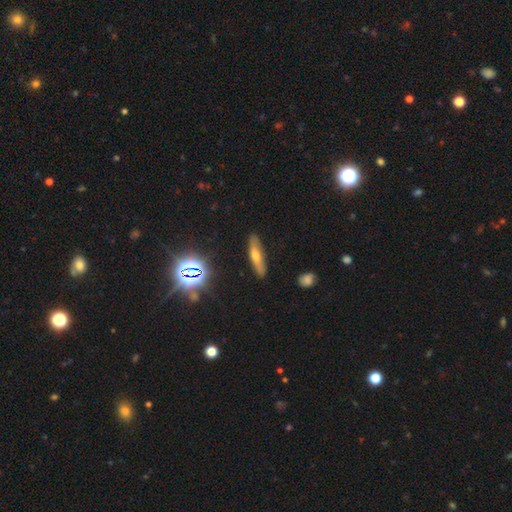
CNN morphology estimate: A smooth galaxy with no disk features (46%).

Vote fractions:
- Smooth or featured? smooth: 46% / featured or disk: 39% / star or artifact: 15%
- Merging? none: 85% / minor disturbance: 11% / major disturbance: 2% / merger: 2%